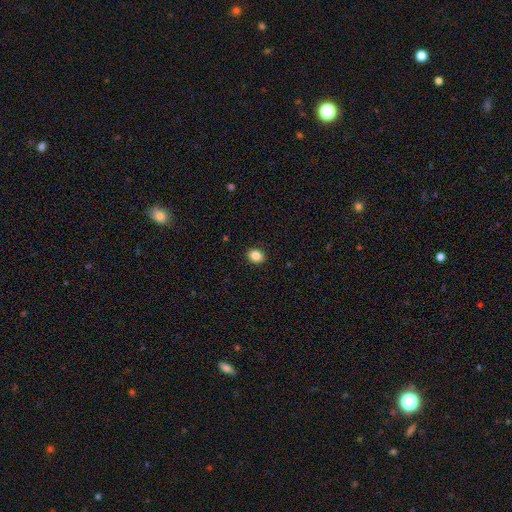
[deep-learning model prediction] Smooth or featured? smooth (86%)
How rounded? round (52%)
Merging? none (90%)